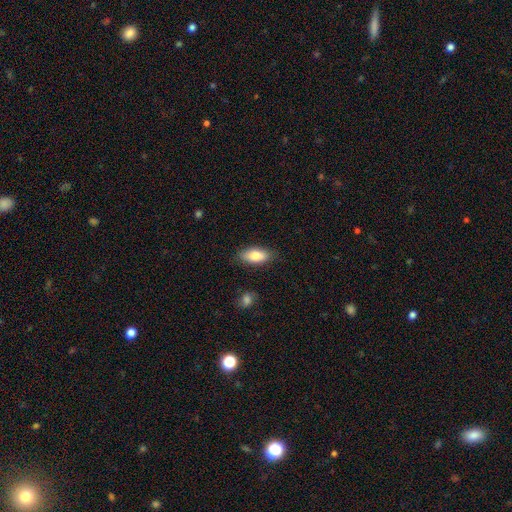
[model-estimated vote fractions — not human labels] Smooth or featured: smooth — 82% (featured or disk — 12%)
How rounded: in between — 86% (cigar-shaped — 11%)
Merging: none — 84% (minor disturbance — 12%)